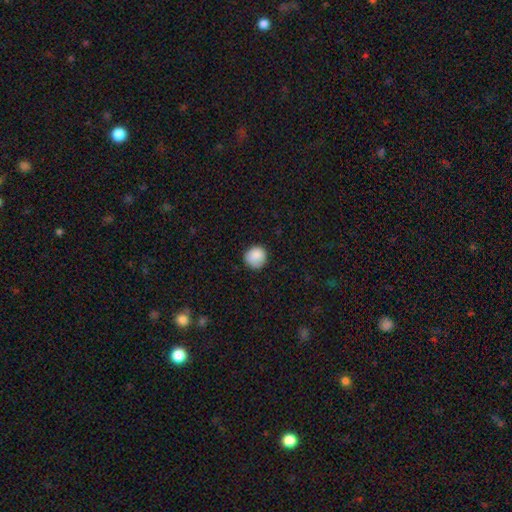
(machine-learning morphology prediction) Smooth or featured?
  - smooth: 88% *
  - star or artifact: 8%
  - featured or disk: 4%
How rounded?
  - round: 92% *
  - in between: 7%
  - cigar-shaped: 1%
Merging?
  - none: 82% *
  - minor disturbance: 14%
  - major disturbance: 3%
  - merger: 1%